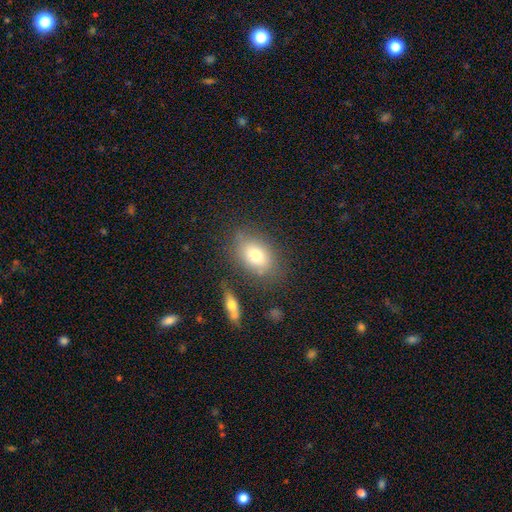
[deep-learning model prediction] Overall: smooth (74%). How rounded: in between (78%). Merging: none (73%).